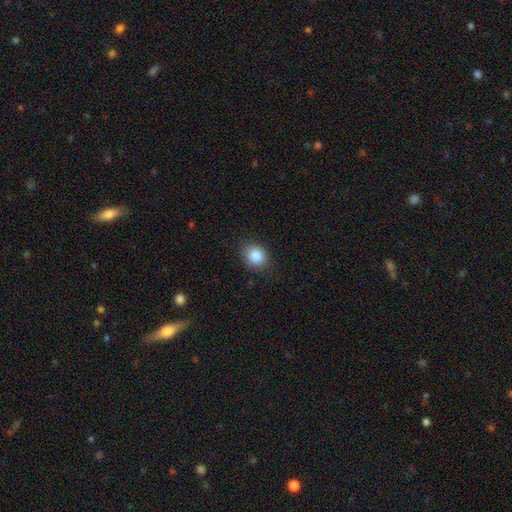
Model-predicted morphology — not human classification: Overall: smooth (86%). How rounded: round (63%; in between 37%). Merging: none (84%).